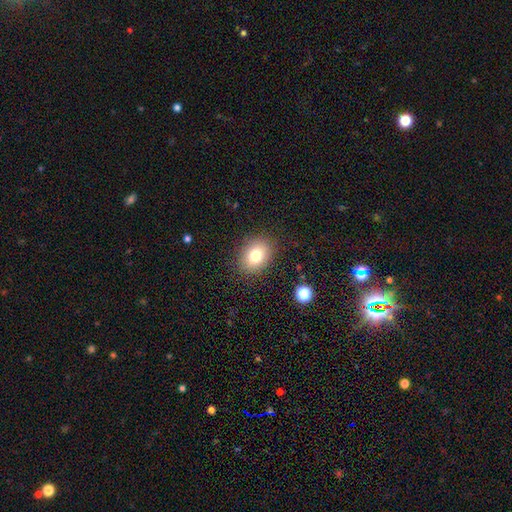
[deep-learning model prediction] Smooth or featured?
  - smooth: 78% *
  - star or artifact: 11%
  - featured or disk: 11%
How rounded?
  - in between: 58% *
  - round: 42%
  - cigar-shaped: 1%
Merging?
  - none: 87% *
  - minor disturbance: 9%
  - major disturbance: 3%
  - merger: 1%